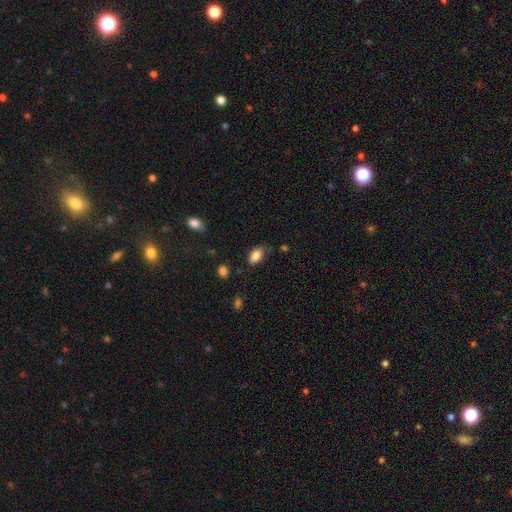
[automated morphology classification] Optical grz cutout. It shows a smooth galaxy with no disk features (86%) that is in between round and cigar-shaped (90%). Merging: none (69%).